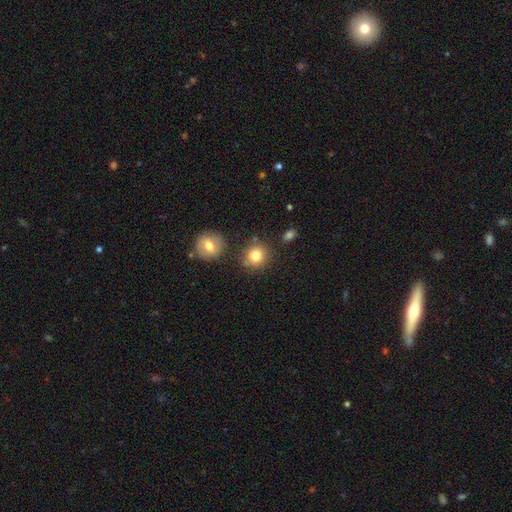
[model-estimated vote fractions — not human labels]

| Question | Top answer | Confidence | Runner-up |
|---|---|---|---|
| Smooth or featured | smooth | 81% | star or artifact (11%) |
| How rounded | round | 85% | in between (14%) |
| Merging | none | 79% | minor disturbance (11%) |